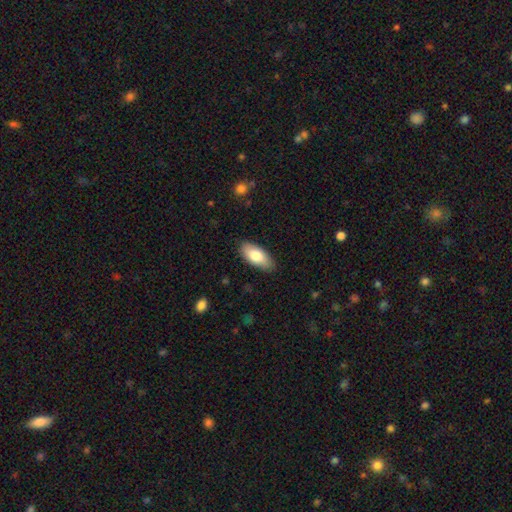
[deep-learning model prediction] A smooth galaxy with no disk features (79%) that is in between round and cigar-shaped (89%). Merging: none (86%).